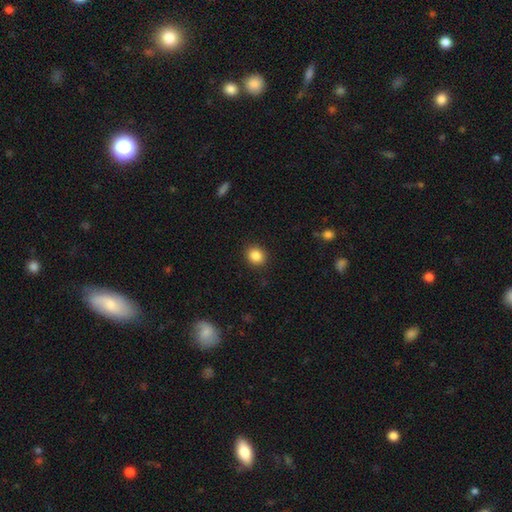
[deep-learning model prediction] Q: Smooth or featured?
A: smooth (86%); runner-up: star or artifact (10%)
Q: How rounded?
A: round (77%); runner-up: in between (22%)
Q: Merging?
A: none (90%); runner-up: minor disturbance (7%)